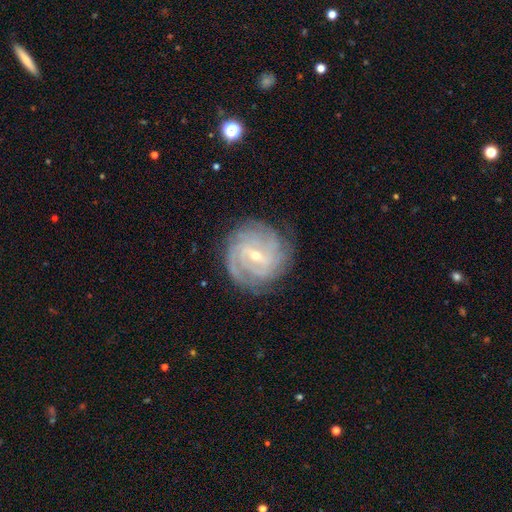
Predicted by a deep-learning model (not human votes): Q: Smooth or featured?
A: featured or disk (88%); runner-up: smooth (7%)
Q: Edge-on disk?
A: no (97%); runner-up: yes (3%)
Q: Bar?
A: weak (54%); runner-up: strong (29%)
Q: Spiral arms?
A: yes (97%); runner-up: no (3%)
Q: Spiral winding?
A: tight (74%); runner-up: medium (22%)
Q: Spiral arm count?
A: can't tell (29%); runner-up: 4 (22%)
Q: Bulge size?
A: small (65%); runner-up: moderate (32%)
Q: Merging?
A: none (81%); runner-up: minor disturbance (13%)